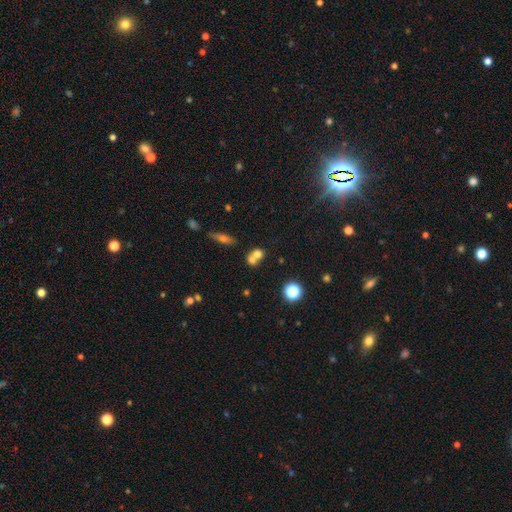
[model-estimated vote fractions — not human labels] Q: Smooth or featured?
A: smooth (67%); runner-up: featured or disk (18%)
Q: How rounded?
A: round (69%); runner-up: in between (29%)
Q: Merging?
A: merger (61%); runner-up: none (30%)